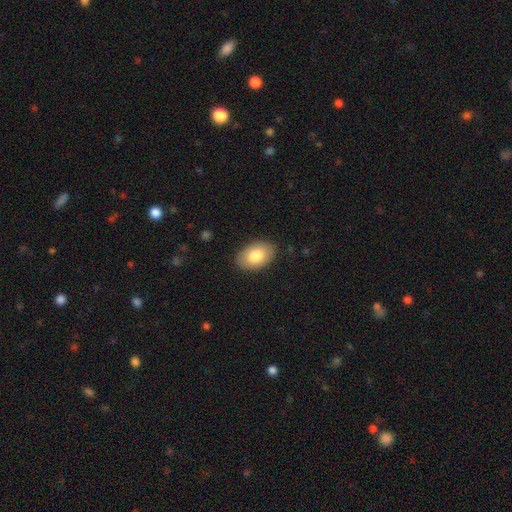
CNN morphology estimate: This is clearly a smooth galaxy (81%). How rounded: clearly in between (90%). Merging: clearly none (86%).